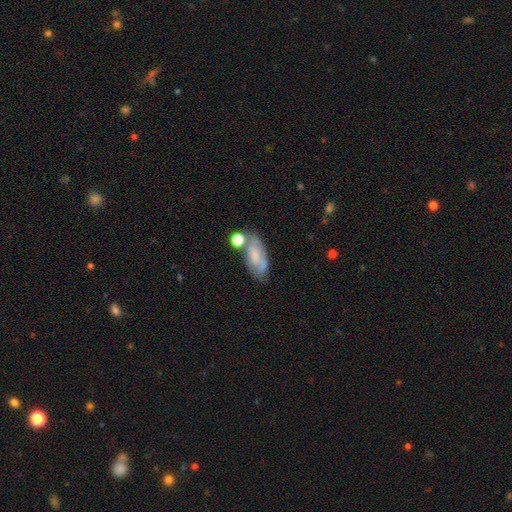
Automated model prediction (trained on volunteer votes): Smooth or featured? smooth (55%)
How rounded? in between (84%)
Merging? none (50%)